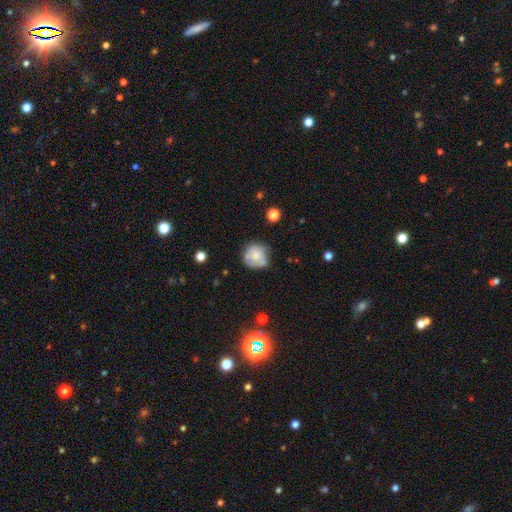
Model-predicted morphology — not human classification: smooth 64%, featured or disk 28%, star or artifact 9%. Down the decision tree: how rounded — round (86%); merging — none (56%).